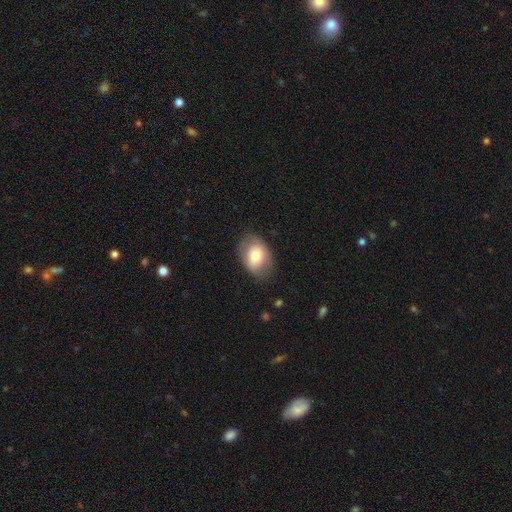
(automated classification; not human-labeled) Overall: smooth (72%). How rounded: in between (77%). Merging: none (78%).